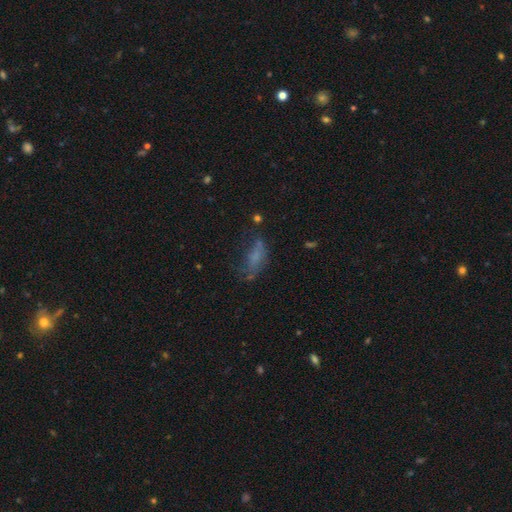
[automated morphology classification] Q: Smooth or featured?
A: smooth (53%); runner-up: featured or disk (29%)
Q: How rounded?
A: in between (70%); runner-up: cigar-shaped (25%)
Q: Merging?
A: none (39%); runner-up: major disturbance (29%)